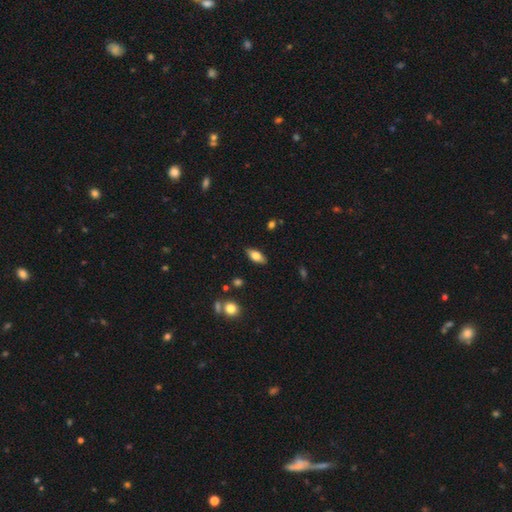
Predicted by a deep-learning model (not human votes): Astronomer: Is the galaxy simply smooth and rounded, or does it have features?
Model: smooth — 70%.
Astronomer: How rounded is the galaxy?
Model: in between — 85%.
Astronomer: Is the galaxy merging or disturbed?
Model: none — 87%.